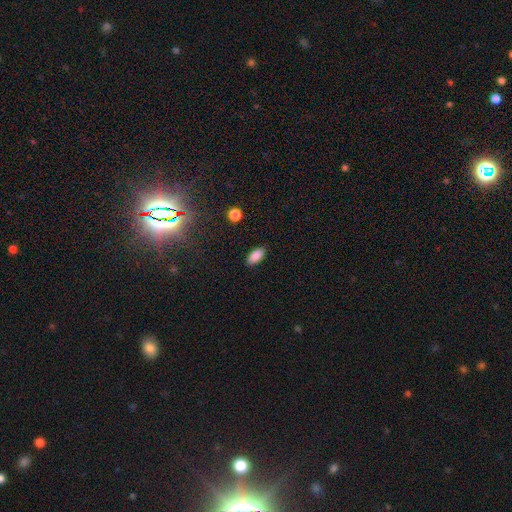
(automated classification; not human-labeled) Smooth or featured: smooth — 87% (star or artifact — 9%)
How rounded: in between — 91% (cigar-shaped — 6%)
Merging: none — 87% (minor disturbance — 9%)